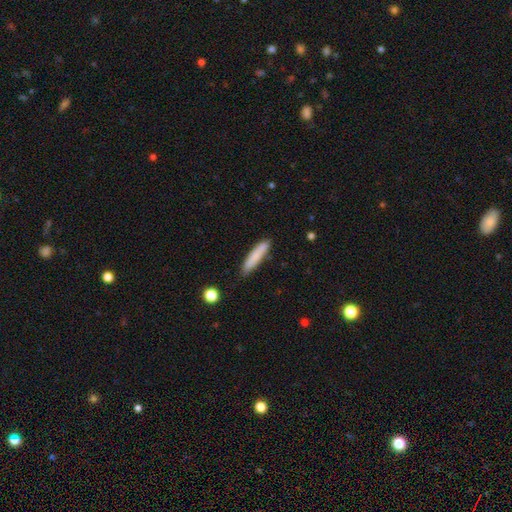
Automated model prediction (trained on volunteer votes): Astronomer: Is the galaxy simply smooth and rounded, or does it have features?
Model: smooth — 80%.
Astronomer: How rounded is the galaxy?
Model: cigar-shaped — 88%.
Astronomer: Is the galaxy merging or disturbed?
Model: none — 82%.